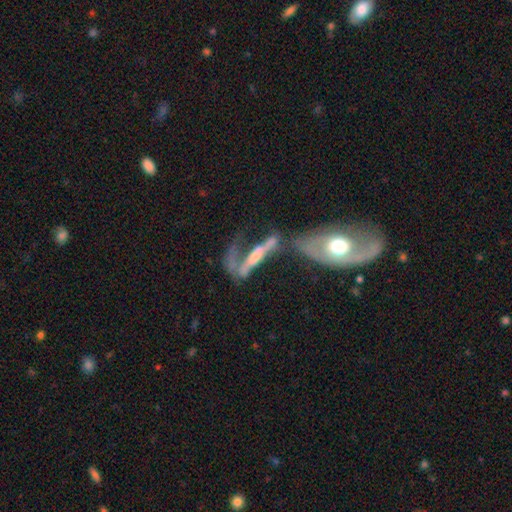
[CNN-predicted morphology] Overall: featured or disk (69%). Edge-on disk: yes (50%, tied with no). Merging: merger (44%; major disturbance 23%).